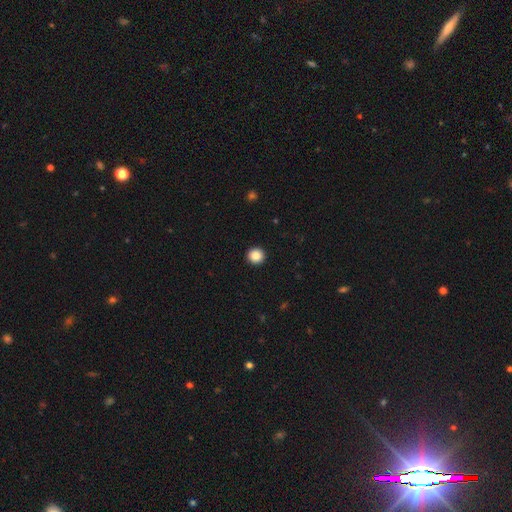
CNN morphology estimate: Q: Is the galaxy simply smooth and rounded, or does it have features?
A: smooth — 87%.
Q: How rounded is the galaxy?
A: round — 95%.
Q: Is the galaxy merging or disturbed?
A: none — 94%.